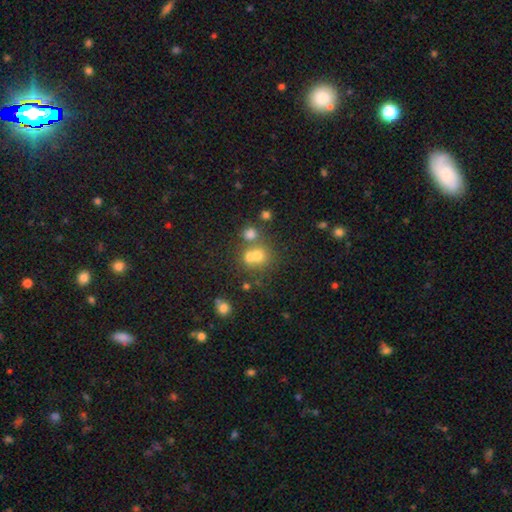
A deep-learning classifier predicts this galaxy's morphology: smooth_or_featured: smooth (p=0.62) [alt: star or artifact p=0.21]
how_rounded: round (p=0.83) [alt: in between p=0.16]
merging: none (p=0.46) [alt: merger p=0.43]